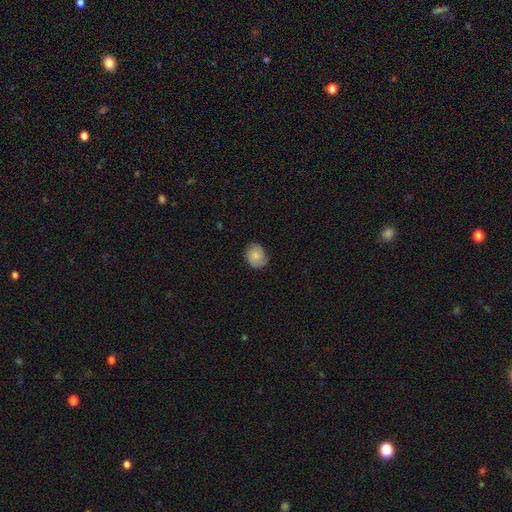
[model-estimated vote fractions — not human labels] A smooth galaxy with no disk features (73%) that is round (67%).

Vote fractions:
- Smooth or featured? smooth: 73% / featured or disk: 19% / star or artifact: 8%
- How rounded? round: 67% / in between: 32% / cigar-shaped: 1%
- Merging? none: 76% / minor disturbance: 19% / major disturbance: 4% / merger: 1%